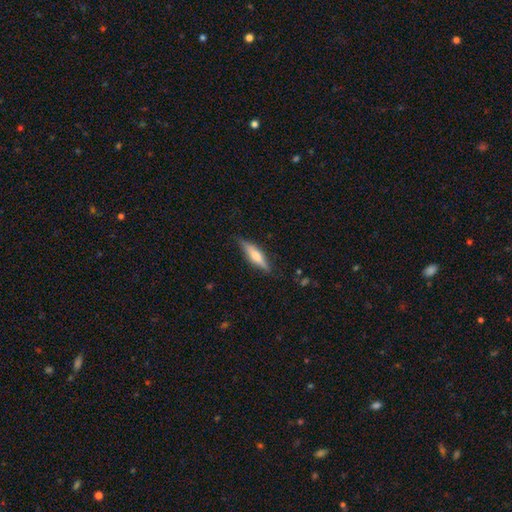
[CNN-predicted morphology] This appears to be a smooth galaxy with no disk features (48%). Merging: none (82%).